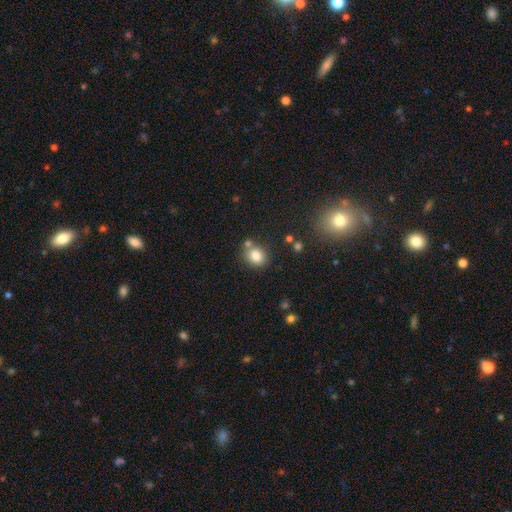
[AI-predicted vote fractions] Smooth or featured?
  - smooth: 82% *
  - star or artifact: 11%
  - featured or disk: 8%
How rounded?
  - round: 63% *
  - in between: 36%
  - cigar-shaped: 1%
Merging?
  - none: 66% *
  - merger: 18%
  - minor disturbance: 12%
  - major disturbance: 4%